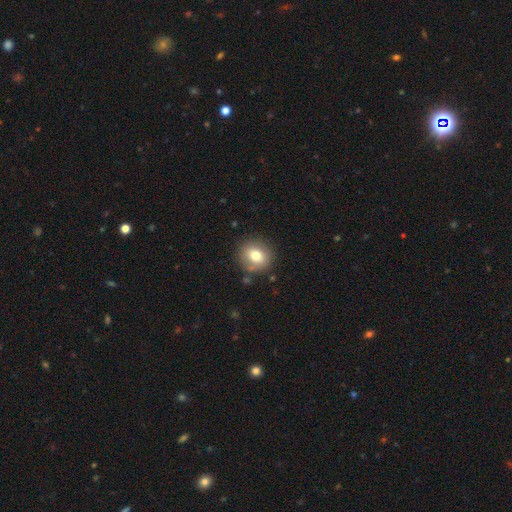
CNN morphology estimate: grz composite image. It shows a smooth galaxy with no disk features (74%) that is round (80%). Merging: none (79%).